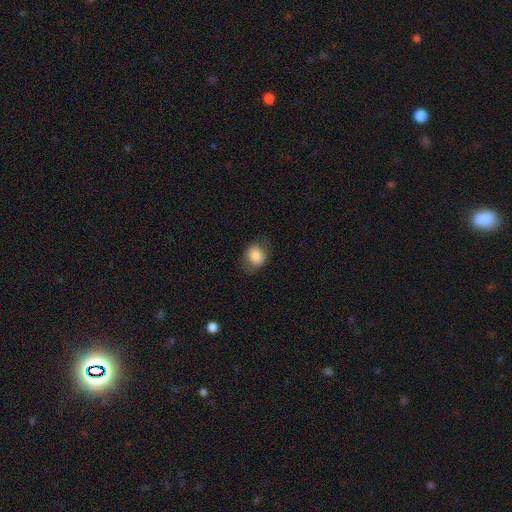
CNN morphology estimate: This appears to be a smooth galaxy with no disk features (83%) that is in between round and cigar-shaped (52%). Merging: none (72%).